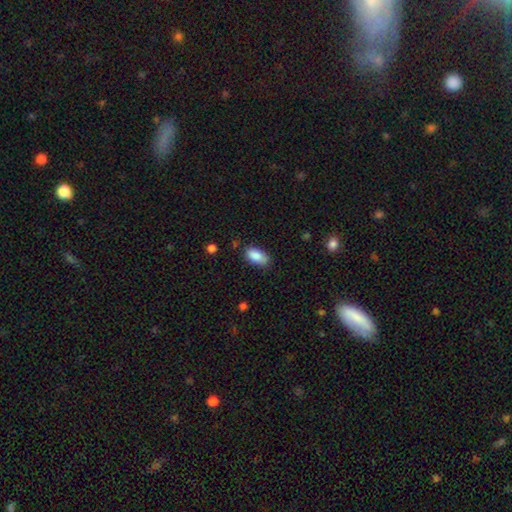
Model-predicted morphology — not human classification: This is clearly a smooth galaxy (87%). How rounded: clearly in between (93%). Merging: likely none (74%).